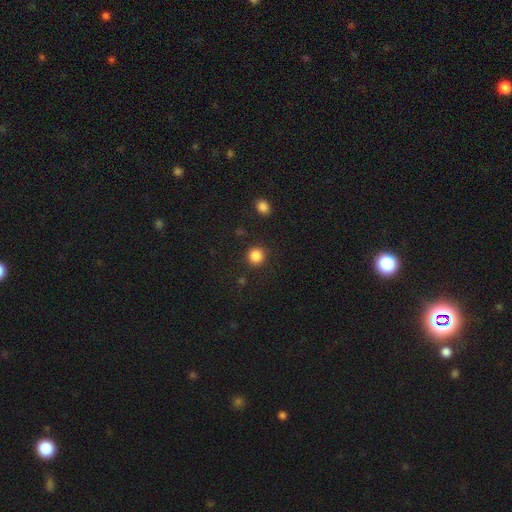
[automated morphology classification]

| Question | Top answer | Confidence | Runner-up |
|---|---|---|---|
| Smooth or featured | smooth | 86% | star or artifact (11%) |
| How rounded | round | 93% | in between (6%) |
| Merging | none | 90% | minor disturbance (6%) |